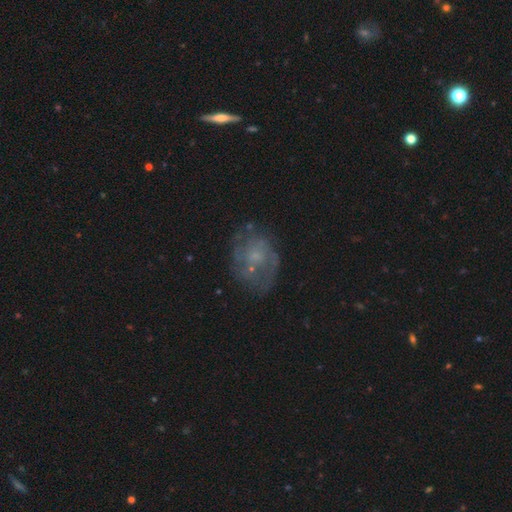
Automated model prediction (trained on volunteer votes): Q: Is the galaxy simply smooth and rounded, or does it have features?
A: featured or disk — 63%.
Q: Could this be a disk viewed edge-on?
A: no — 97%.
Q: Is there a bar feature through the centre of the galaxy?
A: no — 75%.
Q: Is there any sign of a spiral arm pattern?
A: yes — 63%.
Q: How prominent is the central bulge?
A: small — 52%.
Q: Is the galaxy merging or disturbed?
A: none — 59%.